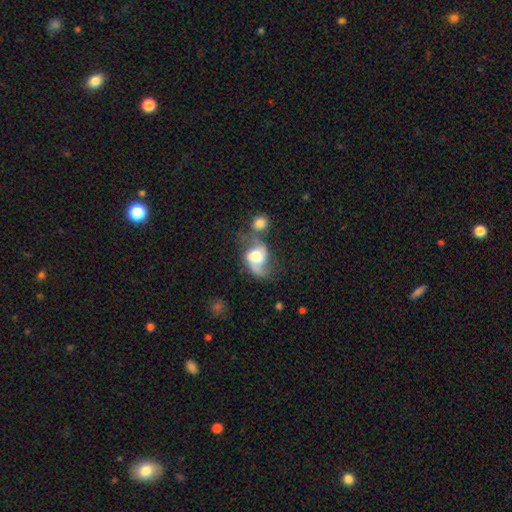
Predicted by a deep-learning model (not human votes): A featured or disk galaxy (60%) with no bar (59%), spiral arms (82%) and a moderate central bulge (54%).

Vote fractions:
- Smooth or featured? featured or disk: 60% / smooth: 33% / star or artifact: 7%
- Edge-on disk? no: 96% / yes: 4%
- Bar? no: 59% / weak: 32% / strong: 9%
- Spiral arms? yes: 82% / no: 18%
- Bulge size? moderate: 54% / large: 30% / small: 10% / dominant: 4% / none: 2%
- Merging? merger: 30% / none: 29% / major disturbance: 21% / minor disturbance: 20%